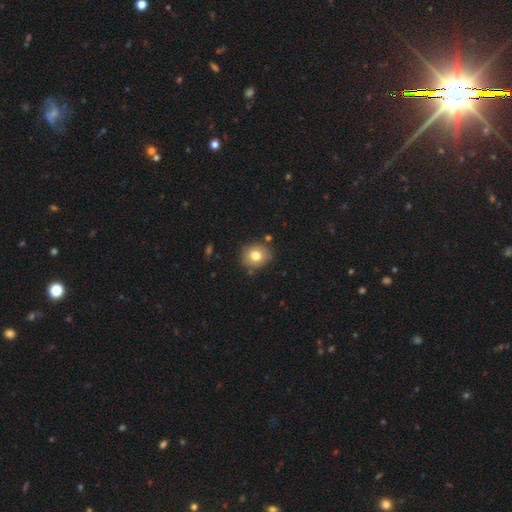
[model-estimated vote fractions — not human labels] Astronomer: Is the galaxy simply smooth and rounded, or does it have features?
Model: smooth — 78%.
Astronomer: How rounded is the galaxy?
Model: round — 81%.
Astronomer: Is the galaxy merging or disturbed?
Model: none — 83%.